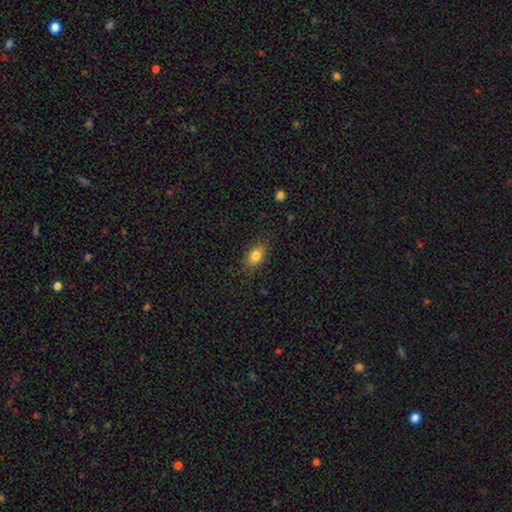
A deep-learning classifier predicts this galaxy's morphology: Smooth or featured? Predicted: smooth (p=0.82). How rounded? Predicted: in between (p=0.80). Merging? Predicted: none (p=0.82).